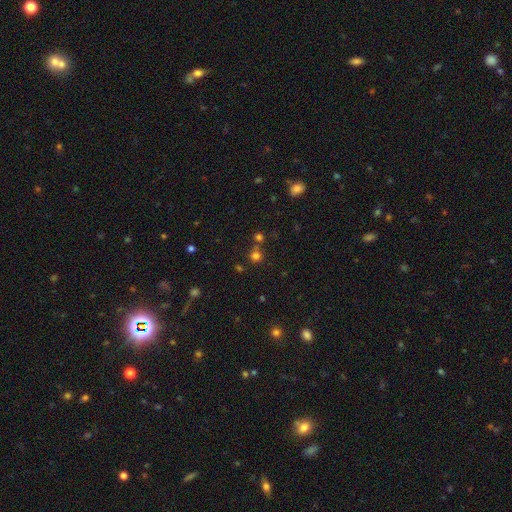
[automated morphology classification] smooth-or-featured: smooth: 68% | star or artifact: 25% | featured or disk: 7%
  how-rounded: round: 91% | in between: 8% | cigar-shaped: 1%
  merging: none: 71% | merger: 19% | minor disturbance: 7% | major disturbance: 3%